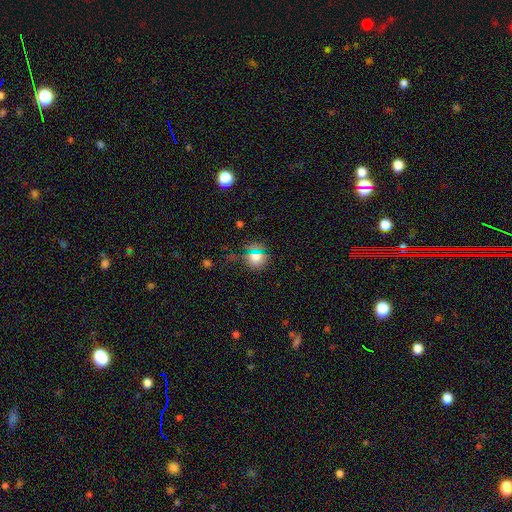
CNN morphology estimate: Smooth or featured? smooth (64%)
How rounded? round (84%)
Merging? none (77%)